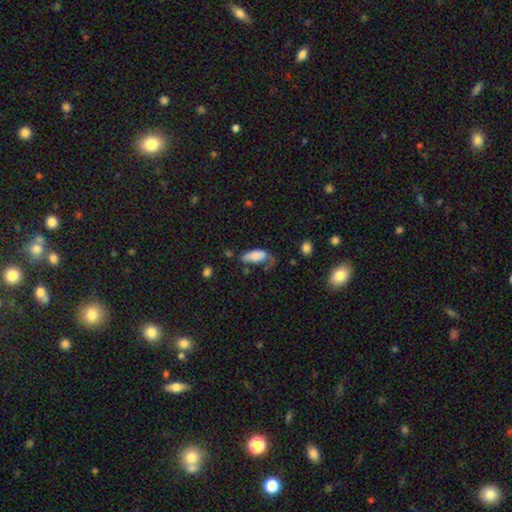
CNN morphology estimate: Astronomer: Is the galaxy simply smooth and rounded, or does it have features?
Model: smooth — 72%.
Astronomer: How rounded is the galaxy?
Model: in between — 85%.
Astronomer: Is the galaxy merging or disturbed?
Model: major disturbance — 36% (runner-up: minor disturbance, 29%).